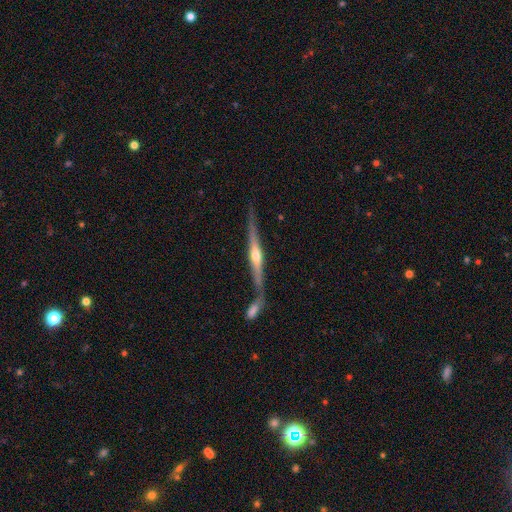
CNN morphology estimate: This is likely a featured or disk galaxy (77%). It is clearly viewed edge-on (97%). Edge-on bulge: clearly rounded (87%). Merging: possibly none (58%).